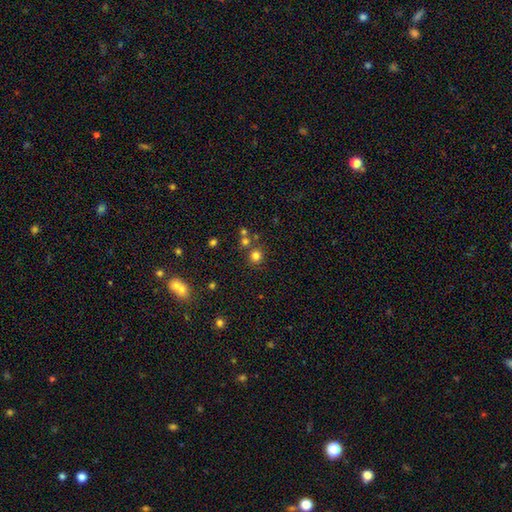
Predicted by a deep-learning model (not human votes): Smooth or featured: smooth — 76% (star or artifact — 18%)
How rounded: round — 90% (in between — 9%)
Merging: none — 74% (merger — 15%)